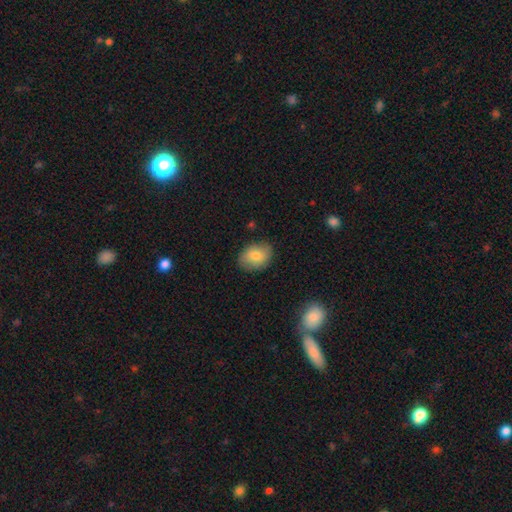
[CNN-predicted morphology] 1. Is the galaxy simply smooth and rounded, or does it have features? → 80% smooth, 13% featured or disk, 7% star or artifact.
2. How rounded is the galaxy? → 72% in between, 27% round, 1% cigar-shaped.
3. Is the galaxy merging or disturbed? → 82% none, 14% minor disturbance, 3% major disturbance, 1% merger.